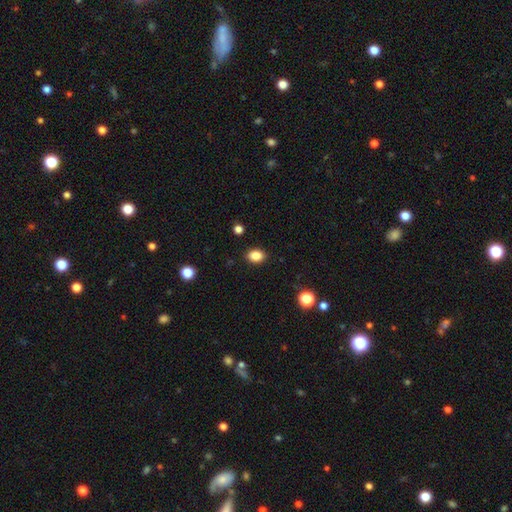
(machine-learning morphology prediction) type=smooth (86%); roundness=in between (66%); merging=none (89%).